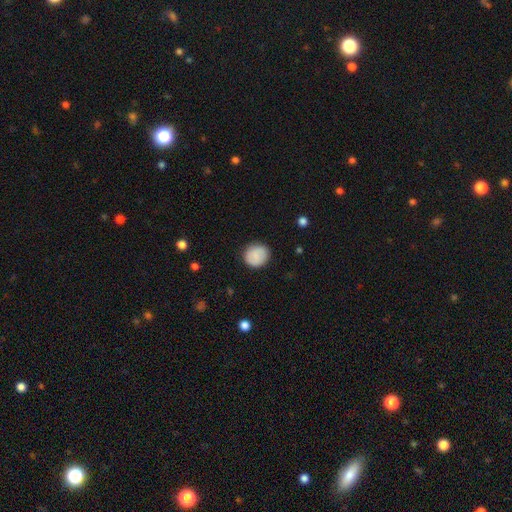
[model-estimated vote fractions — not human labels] Smooth or featured? Predicted: smooth (p=0.82). How rounded? Predicted: round (p=0.84). Merging? Predicted: none (p=0.88).